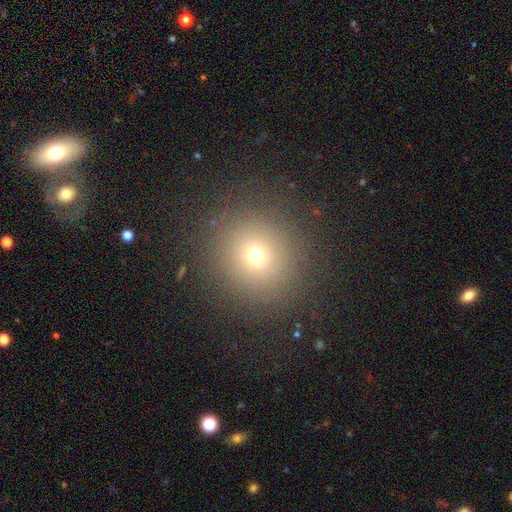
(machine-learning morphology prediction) Smooth or featured: smooth — 68% (star or artifact — 22%)
How rounded: round — 92% (in between — 7%)
Merging: none — 89% (minor disturbance — 6%)